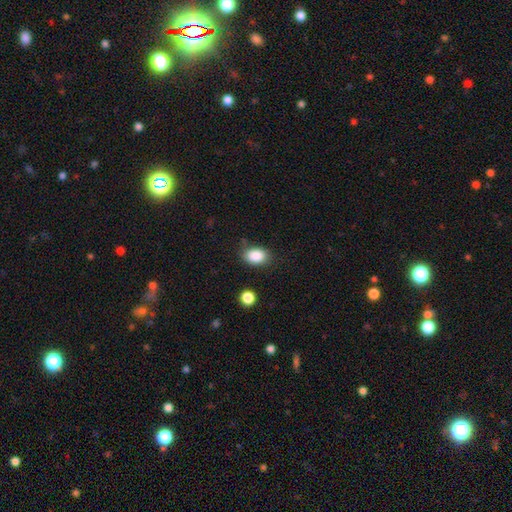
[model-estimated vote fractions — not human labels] smooth 87%, star or artifact 8%, featured or disk 4%. Down the decision tree: how rounded — in between (81%); merging — none (78%).